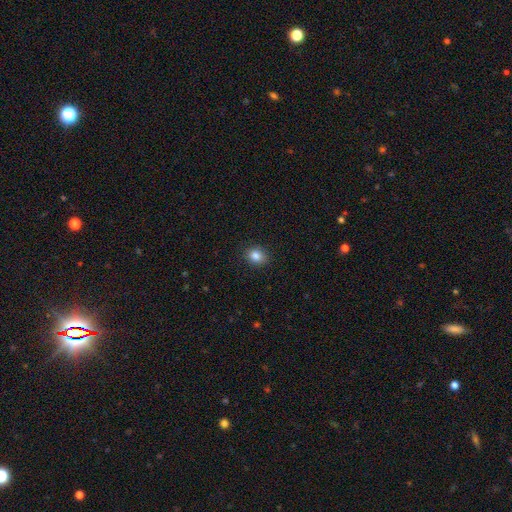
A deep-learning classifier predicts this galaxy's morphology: A smooth galaxy with no disk features (84%) that is round (64%). Merging: none (89%).